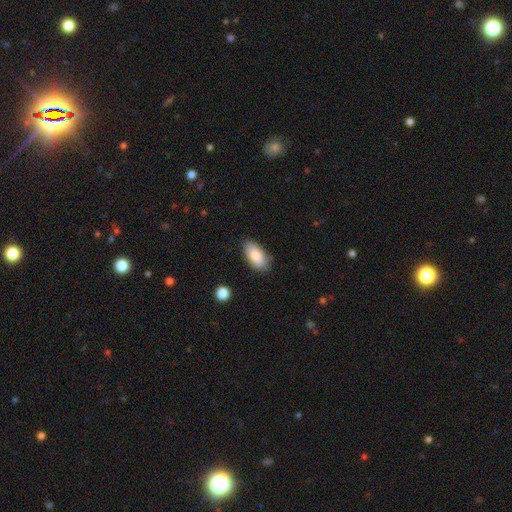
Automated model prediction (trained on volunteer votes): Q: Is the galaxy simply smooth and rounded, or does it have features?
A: smooth — 85%.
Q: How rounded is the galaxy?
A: in between — 93%.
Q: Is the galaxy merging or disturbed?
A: none — 82%.